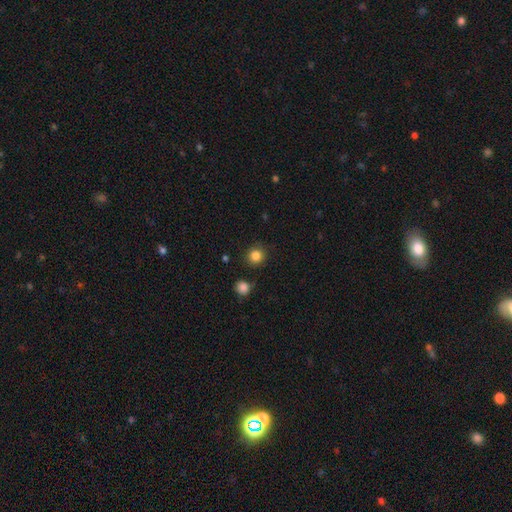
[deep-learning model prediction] This is clearly a smooth galaxy (85%). How rounded: clearly round (91%). Merging: clearly none (87%).